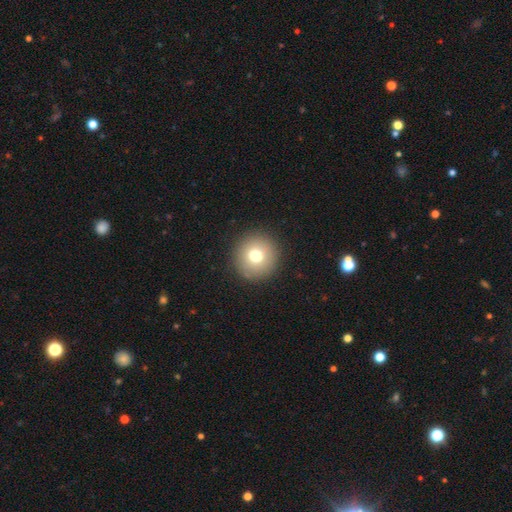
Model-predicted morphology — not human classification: Overall: smooth (74%). How rounded: round (94%). Merging: none (91%).